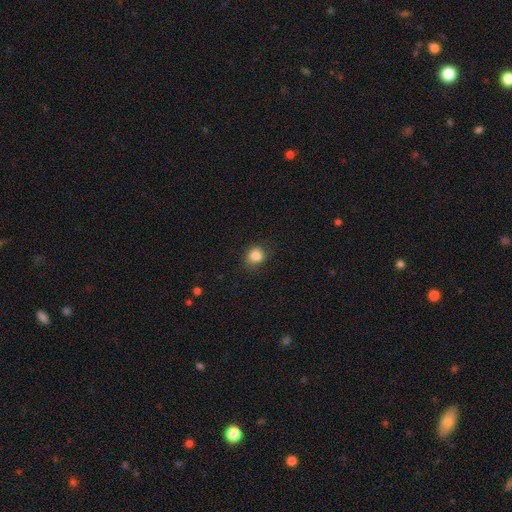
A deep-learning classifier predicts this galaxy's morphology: type=smooth (85%); roundness=round (70%); merging=none (75%).